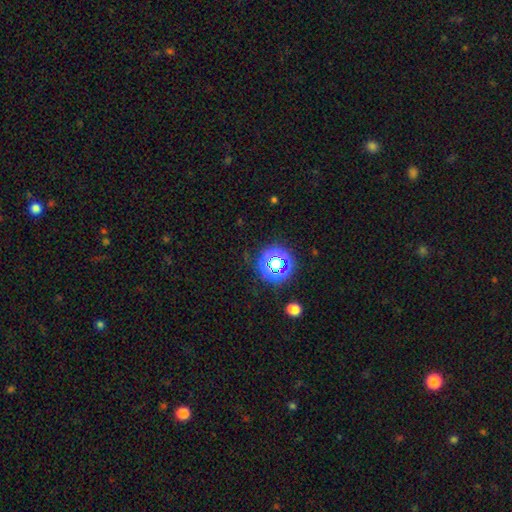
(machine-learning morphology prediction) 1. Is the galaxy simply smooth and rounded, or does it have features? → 63% star or artifact, 31% smooth, 6% featured or disk.